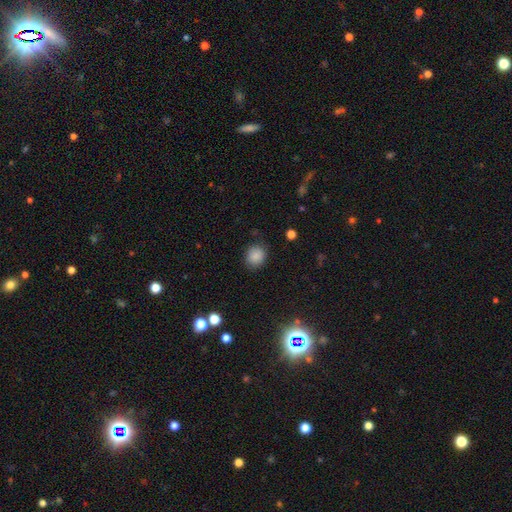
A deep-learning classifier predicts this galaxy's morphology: Smooth or featured?
  - smooth: 86% *
  - star or artifact: 10%
  - featured or disk: 4%
How rounded?
  - round: 73% *
  - in between: 26%
  - cigar-shaped: 1%
Merging?
  - none: 82% *
  - minor disturbance: 13%
  - major disturbance: 3%
  - merger: 1%